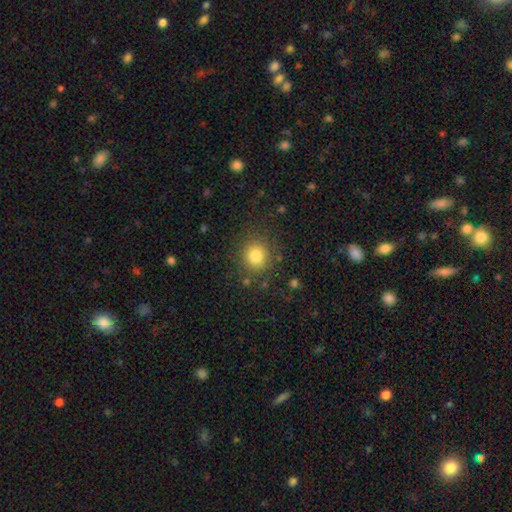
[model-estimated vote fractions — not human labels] A smooth galaxy with no disk features (81%) that is round (85%).

Vote fractions:
- Smooth or featured? smooth: 81% / star or artifact: 12% / featured or disk: 7%
- How rounded? round: 85% / in between: 14% / cigar-shaped: 1%
- Merging? none: 84% / minor disturbance: 10% / major disturbance: 4% / merger: 2%